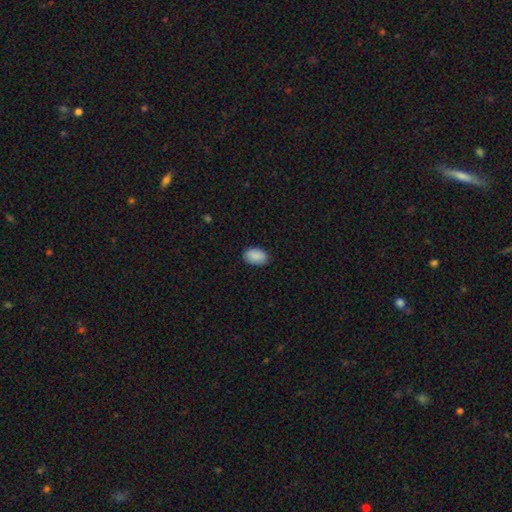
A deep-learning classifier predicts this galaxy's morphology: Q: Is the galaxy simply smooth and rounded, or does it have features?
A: smooth — 90%.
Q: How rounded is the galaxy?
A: in between — 90%.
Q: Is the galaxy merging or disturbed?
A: none — 86%.